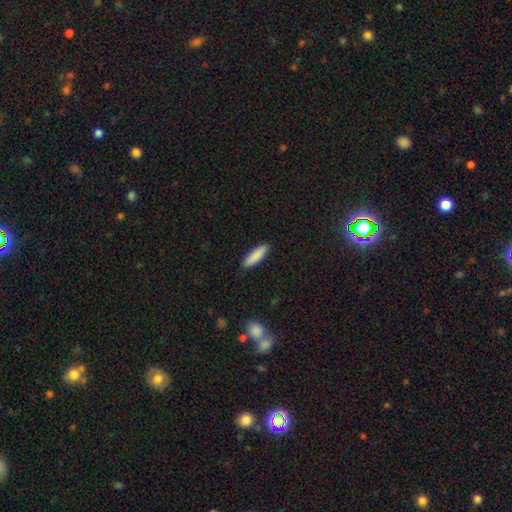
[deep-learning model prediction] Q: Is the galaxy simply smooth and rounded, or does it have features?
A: smooth — 88%.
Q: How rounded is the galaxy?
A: cigar-shaped — 68%.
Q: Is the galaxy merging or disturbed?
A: none — 89%.